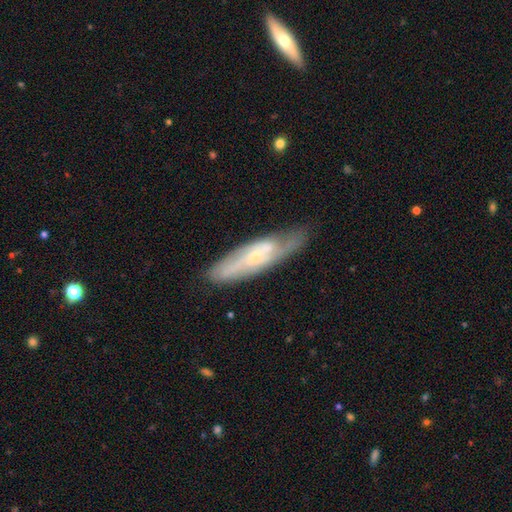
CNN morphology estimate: type=featured or disk (66%); edge-on=no (70%); merging=none (65%).